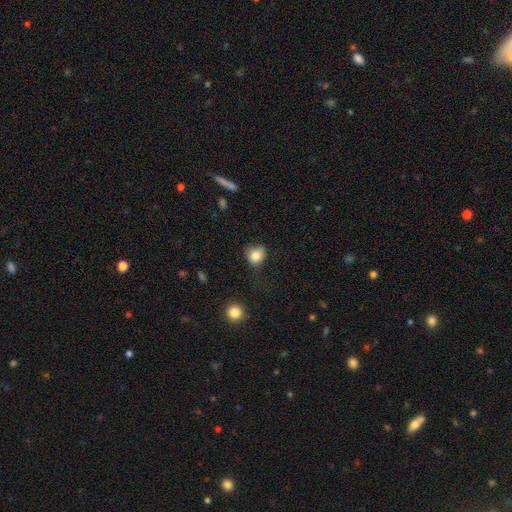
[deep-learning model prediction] This appears to be a smooth galaxy with no disk features (80%) that is round (61%). Merging: none (51%).